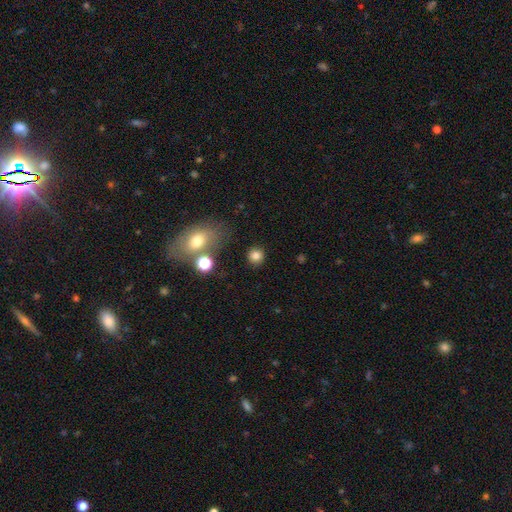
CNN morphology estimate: The model was most divided on "smooth or featured": smooth: 82%, star or artifact: 12%, featured or disk: 6%. More confident: how rounded — round (88%); merging — none (85%).